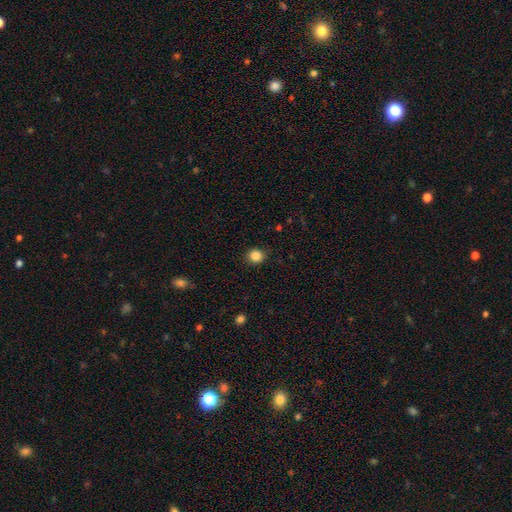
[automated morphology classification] Smooth or featured? smooth (85%)
How rounded? round (80%)
Merging? none (88%)